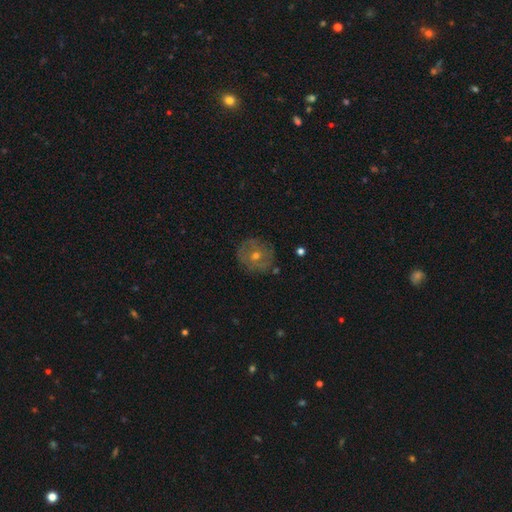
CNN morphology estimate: smooth-or-featured: featured or disk: 55% | smooth: 34% | star or artifact: 12%
  disk-edge-on: no: 95% | yes: 5%
    bar: no: 80% | weak: 16% | strong: 4%
    has-spiral-arms: no: 54% | yes: 46%
    bulge-size: moderate: 54% | small: 43% | large: 1% | none: 1% | dominant: 1%
  merging: none: 81% | minor disturbance: 13% | major disturbance: 4% | merger: 2%